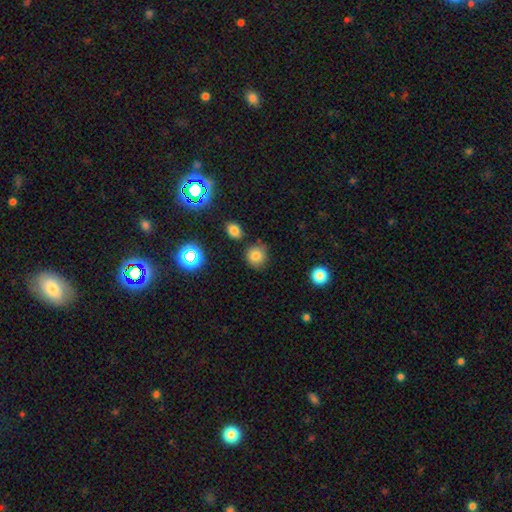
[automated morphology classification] This is likely a smooth galaxy (77%). How rounded: clearly round (86%). Merging: likely none (79%).